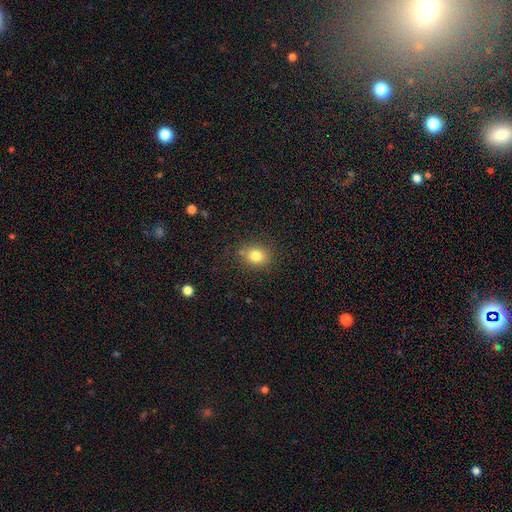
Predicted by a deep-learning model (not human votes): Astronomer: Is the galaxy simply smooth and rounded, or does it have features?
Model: smooth — 81%.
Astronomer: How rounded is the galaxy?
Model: round — 63%.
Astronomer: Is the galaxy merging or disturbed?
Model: none — 80%.